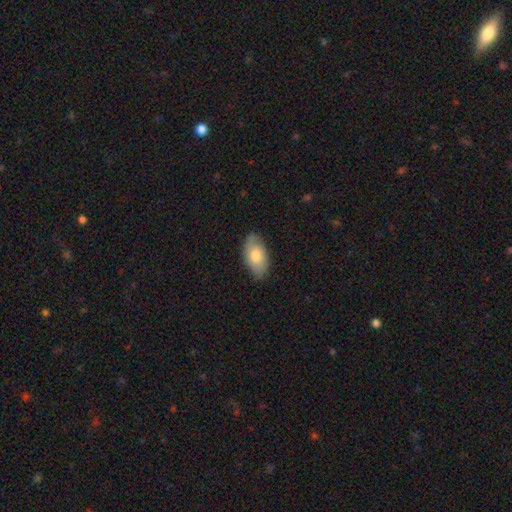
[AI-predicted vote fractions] A smooth galaxy with no disk features (67%) that is in between round and cigar-shaped (94%).

Vote fractions:
- Smooth or featured? smooth: 67% / featured or disk: 27% / star or artifact: 6%
- How rounded? in between: 94% / round: 4% / cigar-shaped: 3%
- Merging? none: 80% / minor disturbance: 16% / major disturbance: 3% / merger: 1%